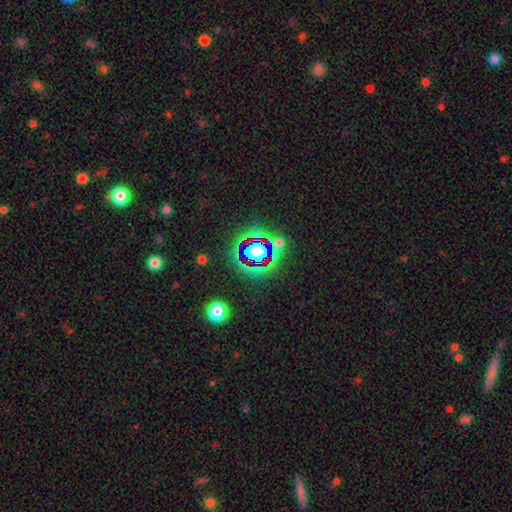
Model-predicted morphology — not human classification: Smooth or featured: star or artifact — 73% (smooth — 17%)